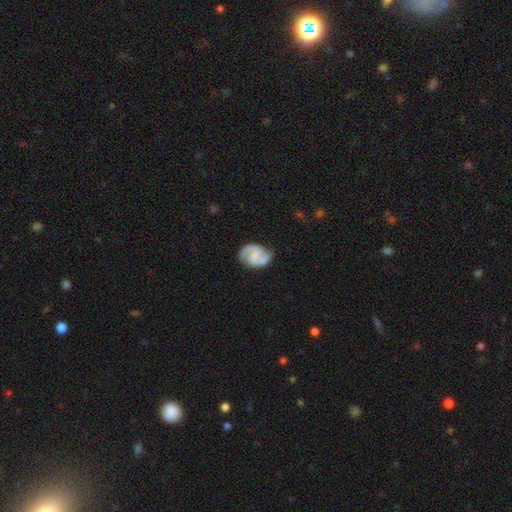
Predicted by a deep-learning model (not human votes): smooth_or_featured: featured or disk (p=0.74) [alt: smooth p=0.20]
disk_edge_on: no (p=0.98) [alt: yes p=0.02]
bar: weak (p=0.44) [alt: no p=0.41]
has_spiral_arms: yes (p=0.94) [alt: no p=0.06]
spiral_winding: medium (p=0.50) [alt: tight p=0.29]
spiral_arm_count: 2 (p=0.88) [alt: can't tell p=0.05]
bulge_size: none (p=0.50) [alt: small p=0.29]
merging: none (p=0.68) [alt: minor disturbance p=0.21]